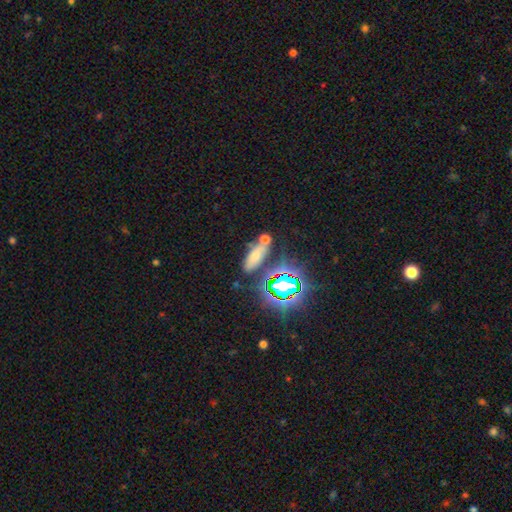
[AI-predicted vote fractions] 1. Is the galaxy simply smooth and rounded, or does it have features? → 55% smooth, 29% star or artifact, 16% featured or disk.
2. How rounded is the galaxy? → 66% in between, 26% cigar-shaped, 8% round.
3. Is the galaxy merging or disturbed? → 61% none, 20% merger, 14% minor disturbance, 6% major disturbance.